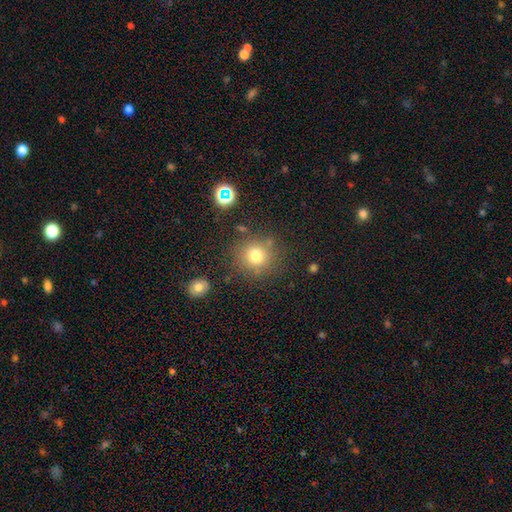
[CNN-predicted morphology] This appears to be a smooth galaxy with no disk features (76%) that is round (90%). Merging: none (81%).